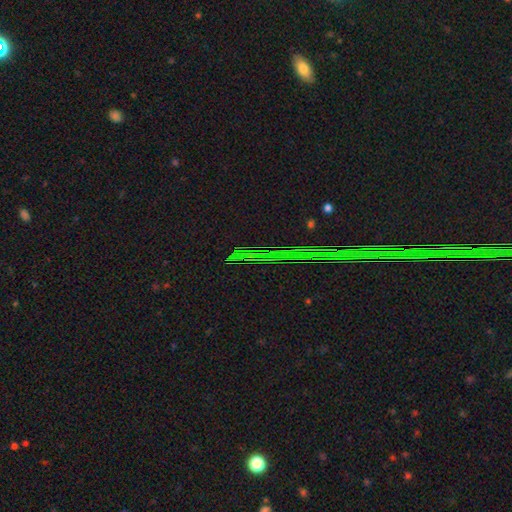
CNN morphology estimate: type=star or artifact (84%).